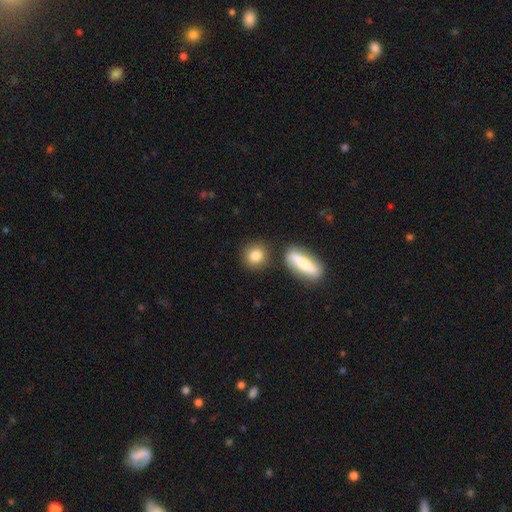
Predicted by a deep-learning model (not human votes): Smooth or featured? smooth (83%)
How rounded? round (79%)
Merging? none (80%)